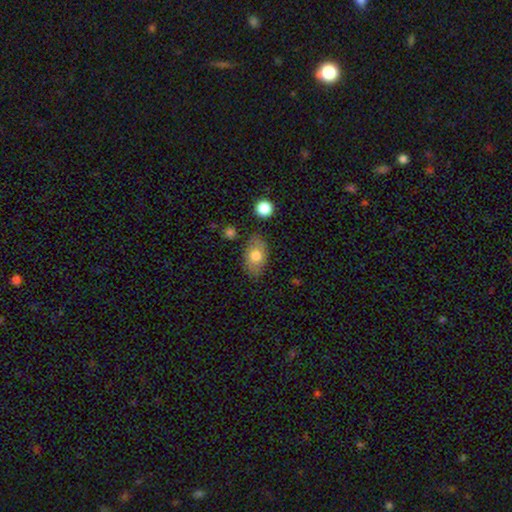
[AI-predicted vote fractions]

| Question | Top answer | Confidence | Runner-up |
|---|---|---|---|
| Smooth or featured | smooth | 76% | featured or disk (17%) |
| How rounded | in between | 86% | round (13%) |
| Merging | none | 77% | minor disturbance (16%) |